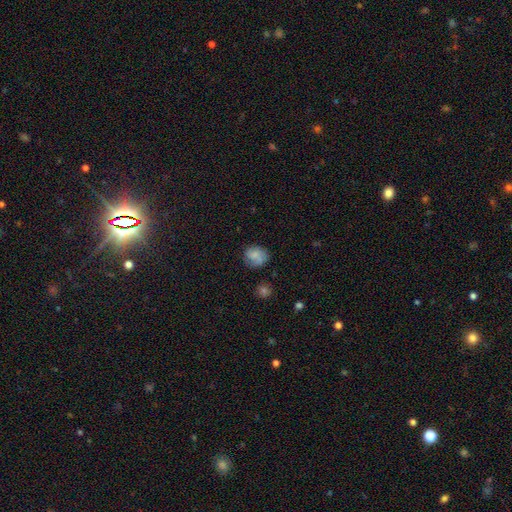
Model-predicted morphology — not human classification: Smooth or featured: smooth — 72% (featured or disk — 18%)
How rounded: round — 65% (in between — 34%)
Merging: none — 64% (minor disturbance — 23%)